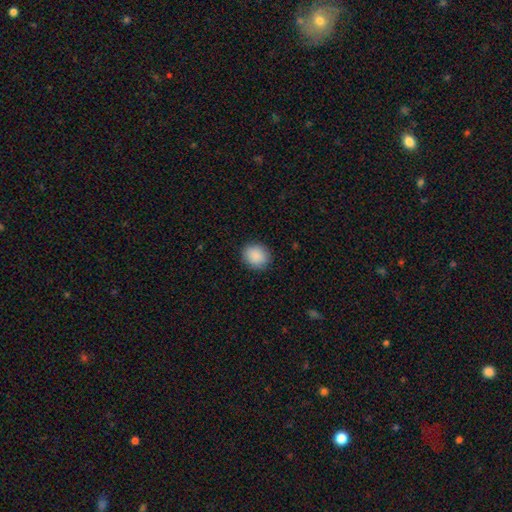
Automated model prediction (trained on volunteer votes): This appears to be a smooth galaxy with no disk features (90%) that is round (69%). Merging: none (89%).